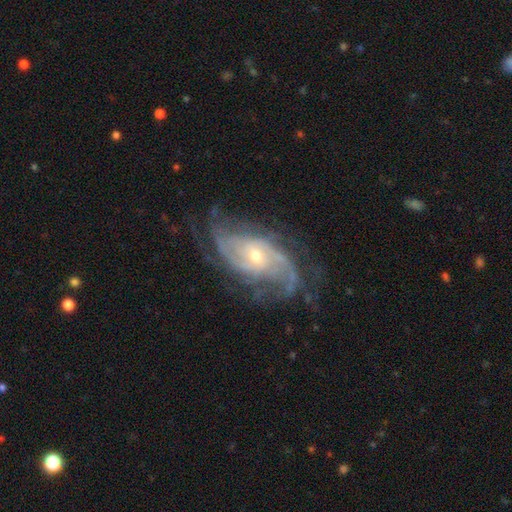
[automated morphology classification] A featured or disk galaxy (89%) with no bar (56%), 2 (40%) medium (44%) spiral arms (96%) and a small central bulge (54%). Merging: none (67%).